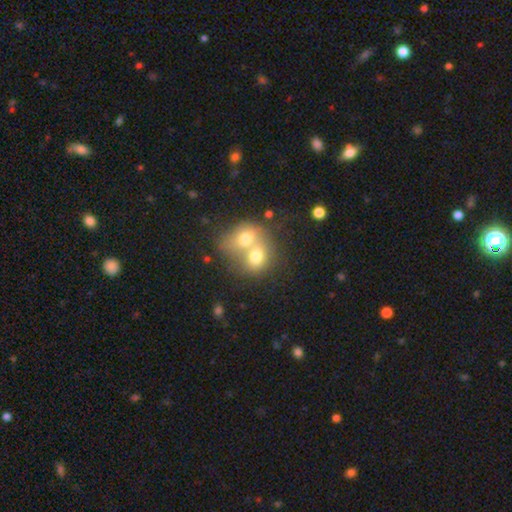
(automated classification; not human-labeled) The model was most divided on "how rounded": round: 56%, in between: 43%, cigar-shaped: 1%. More confident: merging — merger (75%); smooth or featured — smooth (68%).